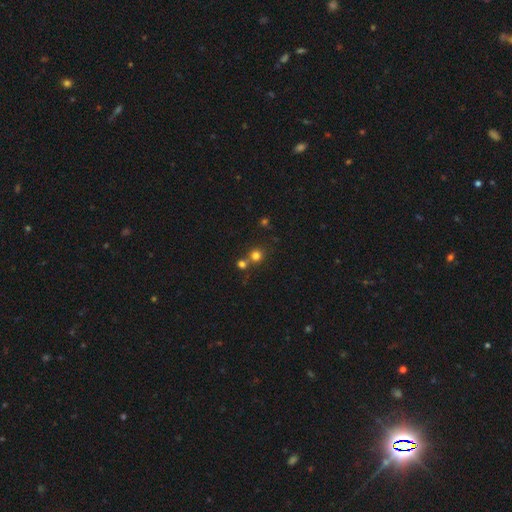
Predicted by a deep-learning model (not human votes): This is likely a smooth galaxy (75%). How rounded: clearly round (91%). Merging: possibly none (59%).